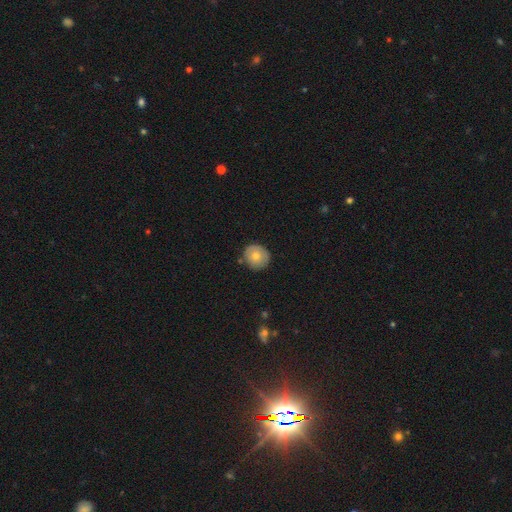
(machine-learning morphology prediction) The model was most divided on "smooth or featured": smooth: 73%, featured or disk: 19%, star or artifact: 8%. More confident: how rounded — round (88%); merging — none (84%).